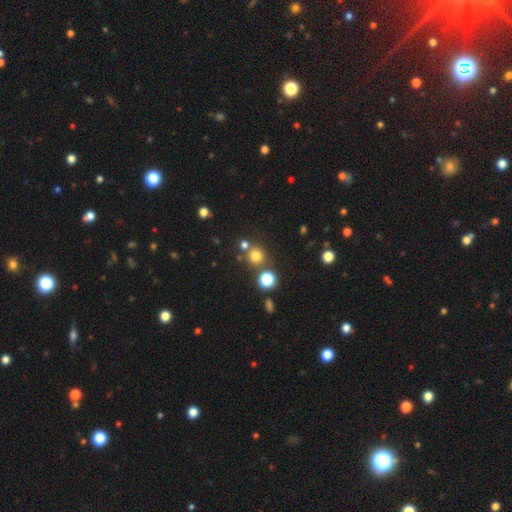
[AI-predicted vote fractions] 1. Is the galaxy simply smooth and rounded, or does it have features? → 74% smooth, 19% star or artifact, 7% featured or disk.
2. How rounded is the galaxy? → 91% round, 8% in between, 1% cigar-shaped.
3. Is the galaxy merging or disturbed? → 74% none, 15% merger, 8% minor disturbance, 3% major disturbance.